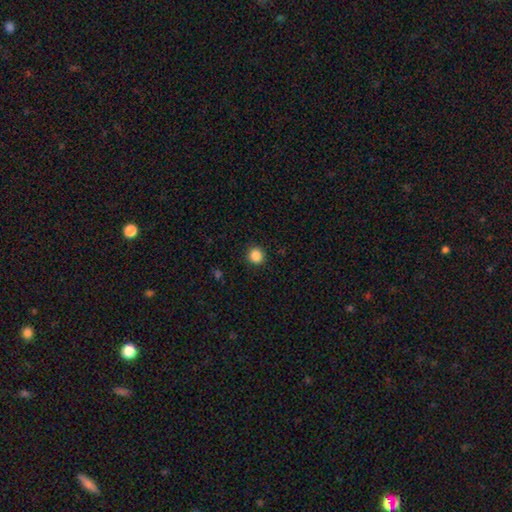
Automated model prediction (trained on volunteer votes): A smooth galaxy with no disk features (86%) that is round (91%).

Vote fractions:
- Smooth or featured? smooth: 86% / star or artifact: 11% / featured or disk: 3%
- How rounded? round: 91% / in between: 8% / cigar-shaped: 1%
- Merging? none: 91% / minor disturbance: 6% / major disturbance: 2% / merger: 1%